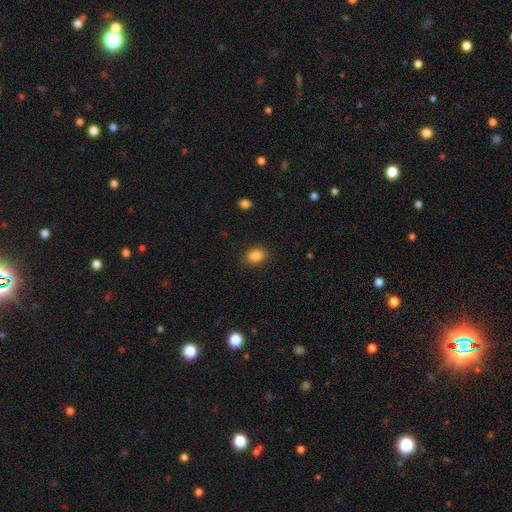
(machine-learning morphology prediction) This is clearly a smooth galaxy (86%). How rounded: possibly in between (58%). Merging: clearly none (86%).